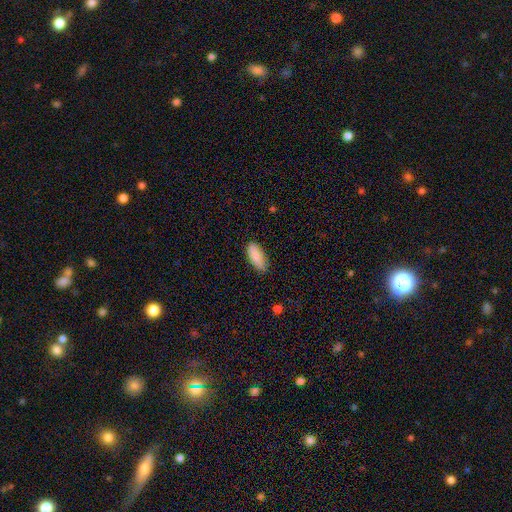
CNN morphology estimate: This appears to be a smooth galaxy with no disk features (87%) that is in between round and cigar-shaped (81%). Merging: none (82%).